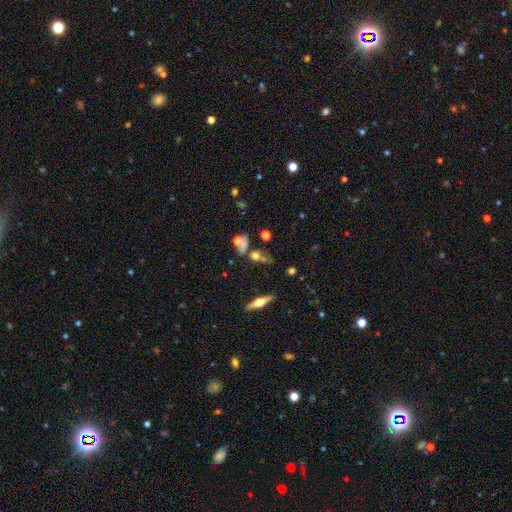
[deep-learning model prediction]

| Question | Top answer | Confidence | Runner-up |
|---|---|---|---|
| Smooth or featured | smooth | 46% | featured or disk (35%) |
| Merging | none | 46% | merger (22%) |